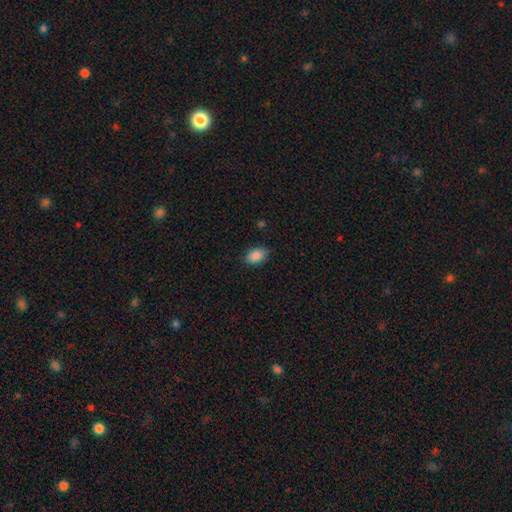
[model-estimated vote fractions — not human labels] This is clearly a smooth galaxy (88%). How rounded: clearly in between (82%). Merging: clearly none (82%).